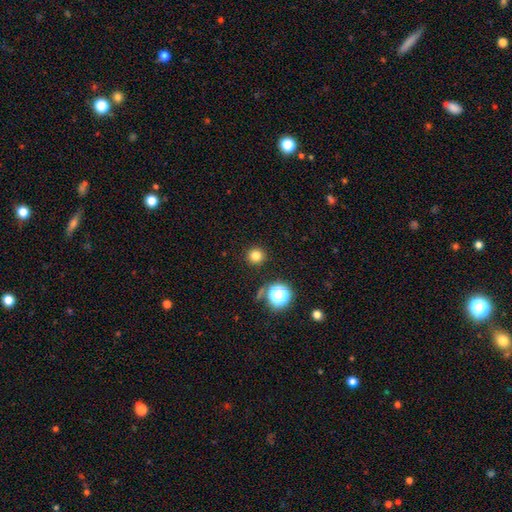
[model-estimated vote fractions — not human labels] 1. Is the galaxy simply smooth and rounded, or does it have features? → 79% smooth, 16% star or artifact, 5% featured or disk.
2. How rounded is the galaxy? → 95% round, 4% in between, 1% cigar-shaped.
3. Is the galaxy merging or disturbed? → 90% none, 5% minor disturbance, 2% major disturbance, 2% merger.